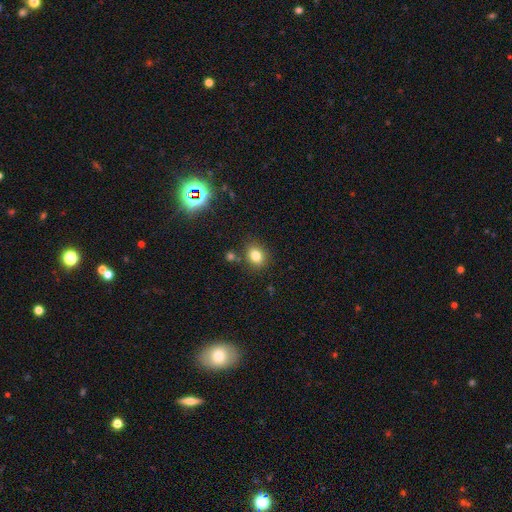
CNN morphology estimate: smooth 80%, star or artifact 12%, featured or disk 8%. Down the decision tree: how rounded — round (50%); merging — none (80%).